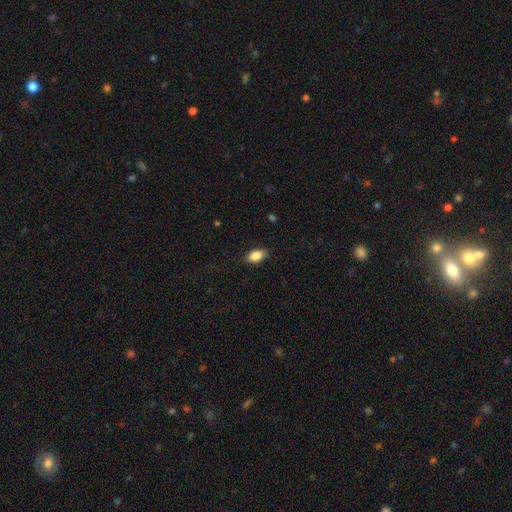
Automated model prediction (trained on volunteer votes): Overall: smooth (87%). How rounded: in between (91%). Merging: none (85%).